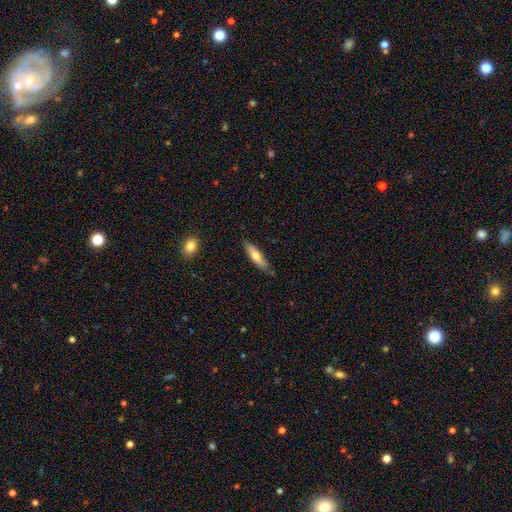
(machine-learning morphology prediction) This appears to be a smooth galaxy with no disk features (64%) that is cigar-shaped (73%). Merging: none (81%).